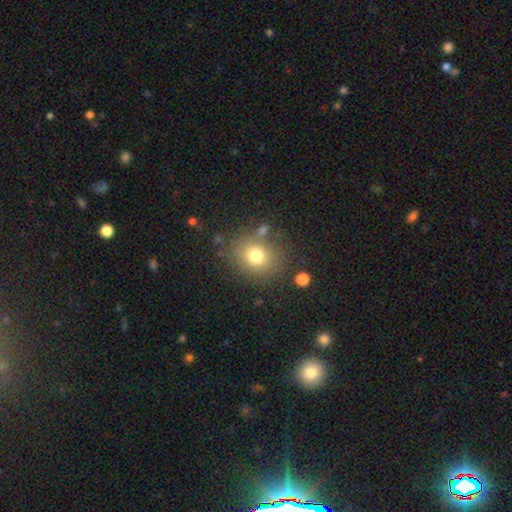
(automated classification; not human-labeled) Smooth or featured? smooth (75%)
How rounded? round (75%)
Merging? none (77%)